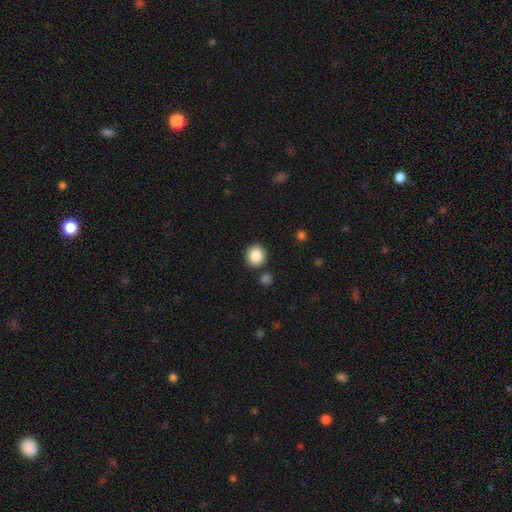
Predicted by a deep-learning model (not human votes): This appears to be a smooth galaxy with no disk features (87%) that is round (88%). Merging: none (86%).